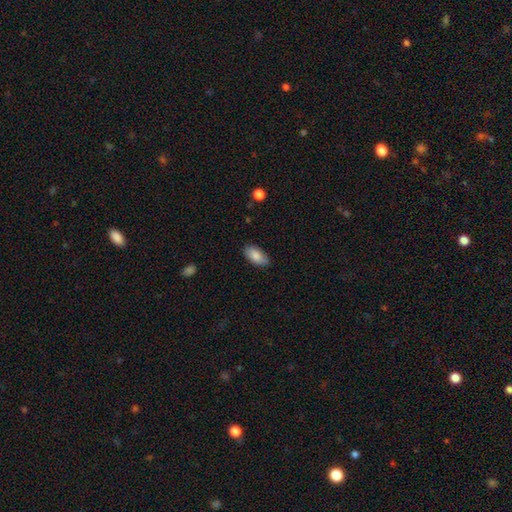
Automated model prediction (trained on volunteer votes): Smooth or featured: smooth — 84% (featured or disk — 9%)
How rounded: in between — 93% (cigar-shaped — 4%)
Merging: none — 83% (minor disturbance — 13%)